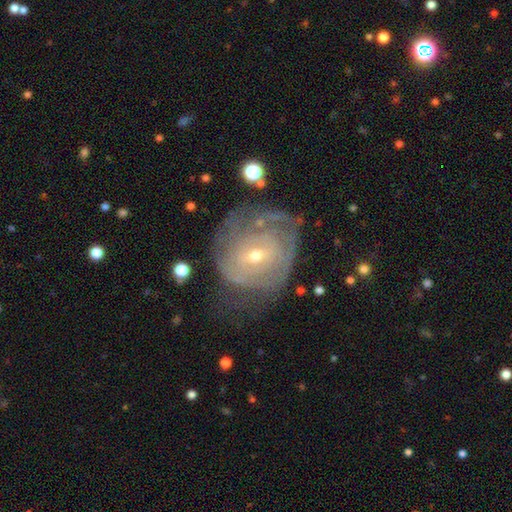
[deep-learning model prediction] featured or disk 79%, smooth 14%, star or artifact 7%. Down the decision tree: edge-on disk — no (96%); bar — weak (46%); spiral arms — yes (84%); spiral arm count — can't tell (55%); spiral winding — tight (71%); bulge size — small (56%); merging — none (54%).